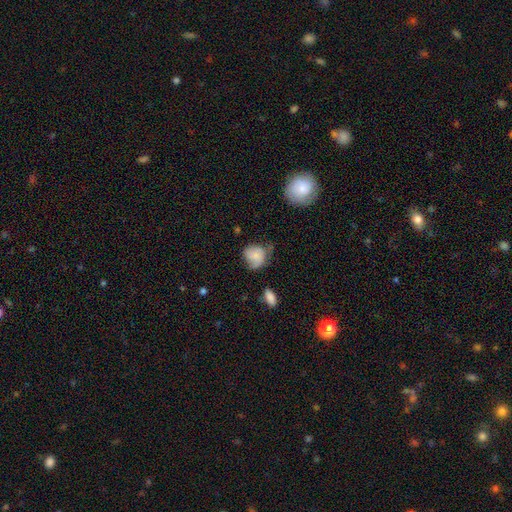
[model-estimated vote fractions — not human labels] Q: Smooth or featured?
A: smooth (64%); runner-up: featured or disk (27%)
Q: How rounded?
A: round (65%); runner-up: in between (34%)
Q: Merging?
A: none (40%); runner-up: minor disturbance (37%)